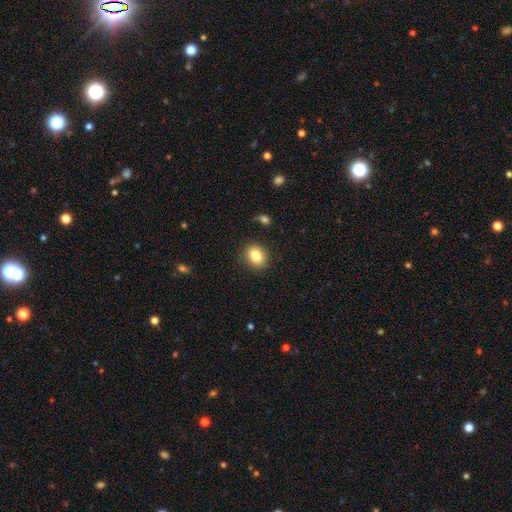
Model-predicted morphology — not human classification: Overall: smooth (84%). How rounded: in between (59%; round 40%). Merging: none (86%).